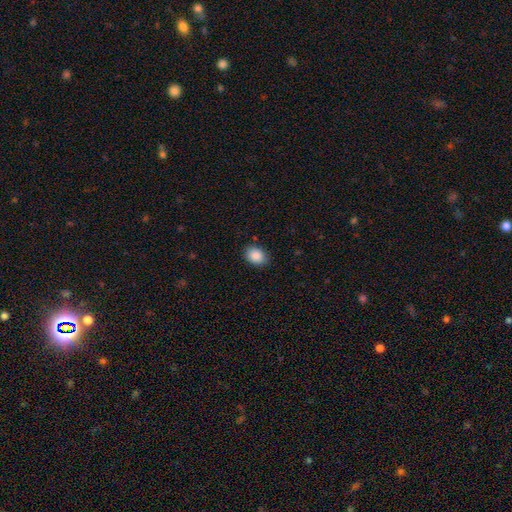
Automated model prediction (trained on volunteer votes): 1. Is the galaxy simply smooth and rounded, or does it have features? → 88% smooth, 8% star or artifact, 4% featured or disk.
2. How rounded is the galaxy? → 64% in between, 35% round, 1% cigar-shaped.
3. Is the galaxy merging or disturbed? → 85% none, 11% minor disturbance, 2% major disturbance, 1% merger.